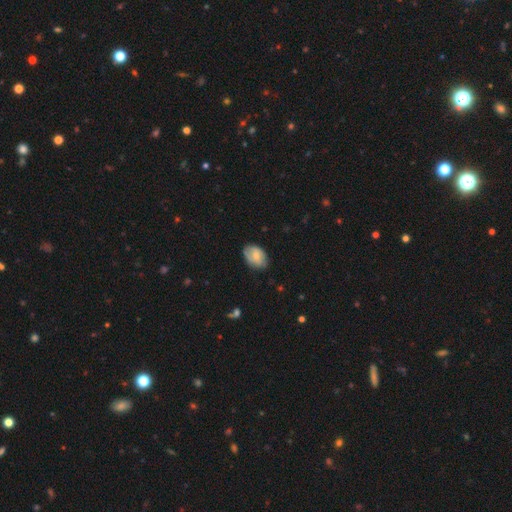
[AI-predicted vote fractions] This appears to be a smooth galaxy with no disk features (66%) that is in between round and cigar-shaped (84%). Merging: none (72%).